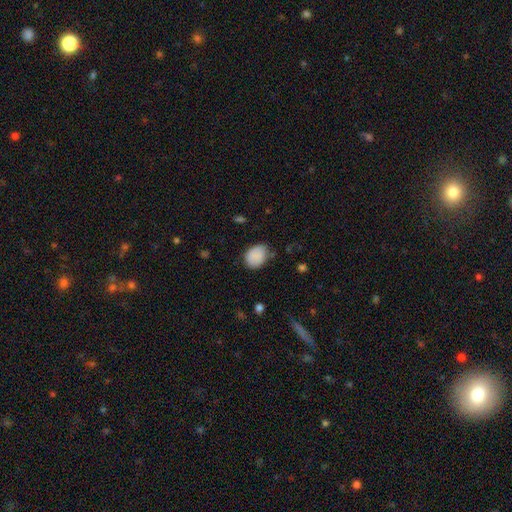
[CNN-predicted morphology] Smooth or featured: smooth — 86% (star or artifact — 7%)
How rounded: in between — 66% (round — 33%)
Merging: none — 68% (minor disturbance — 25%)